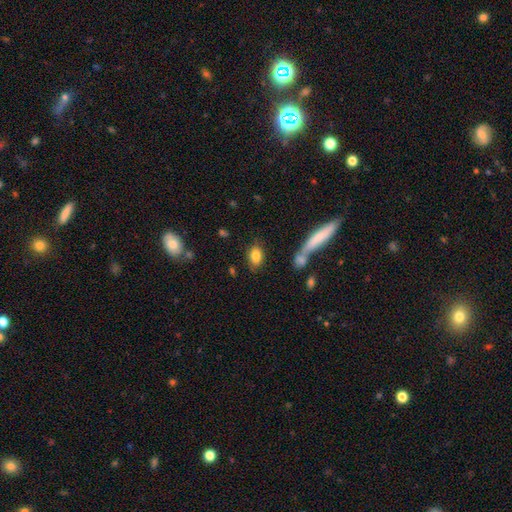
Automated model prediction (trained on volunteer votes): smooth_or_featured: smooth (p=0.82) [alt: featured or disk p=0.10]
how_rounded: in between (p=0.84) [alt: round p=0.12]
merging: none (p=0.72) [alt: minor disturbance p=0.13]